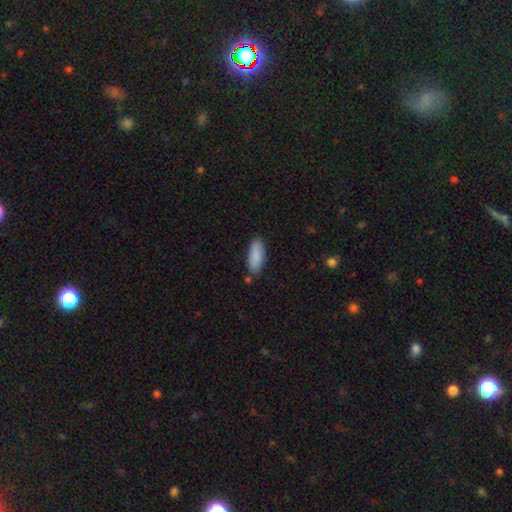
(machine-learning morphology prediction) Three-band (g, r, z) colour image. It shows a smooth galaxy with no disk features (88%) that is in between round and cigar-shaped (75%). Merging: none (78%).